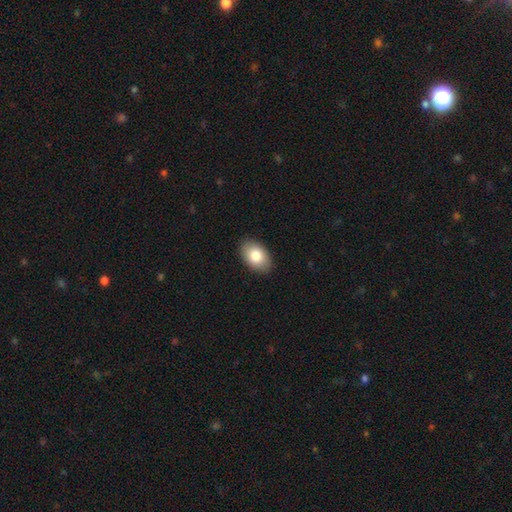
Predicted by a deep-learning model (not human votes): Smooth or featured?
  - smooth: 83% *
  - featured or disk: 10%
  - star or artifact: 7%
How rounded?
  - in between: 89% *
  - round: 10%
  - cigar-shaped: 1%
Merging?
  - none: 89% *
  - minor disturbance: 8%
  - major disturbance: 2%
  - merger: 1%